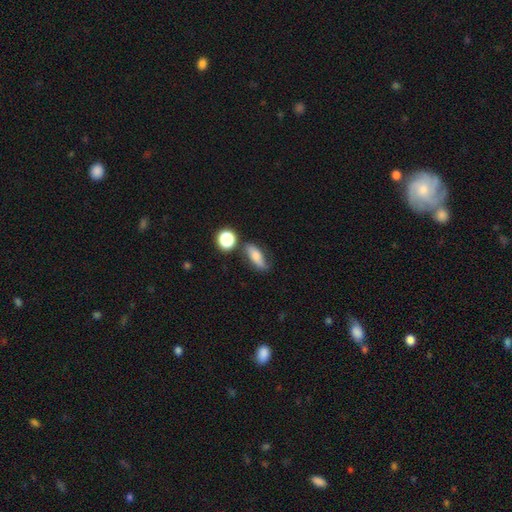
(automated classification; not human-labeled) Smooth or featured: smooth — 62% (featured or disk — 27%)
How rounded: in between — 63% (cigar-shaped — 28%)
Merging: none — 61% (minor disturbance — 24%)